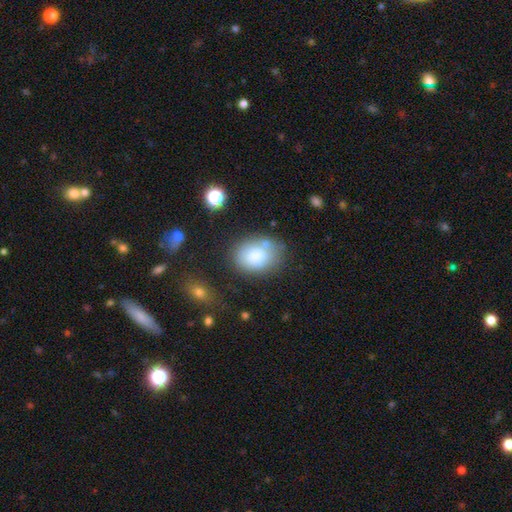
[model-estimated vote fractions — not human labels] smooth_or_featured: smooth (p=0.74) [alt: featured or disk p=0.17]
how_rounded: in between (p=0.71) [alt: round p=0.28]
merging: none (p=0.63) [alt: minor disturbance p=0.20]